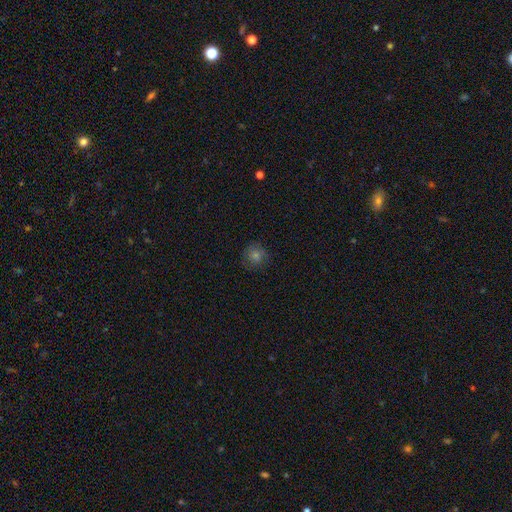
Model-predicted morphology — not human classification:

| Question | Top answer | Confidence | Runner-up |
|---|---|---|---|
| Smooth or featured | smooth | 63% | star or artifact (20%) |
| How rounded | round | 89% | in between (10%) |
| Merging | none | 84% | minor disturbance (12%) |